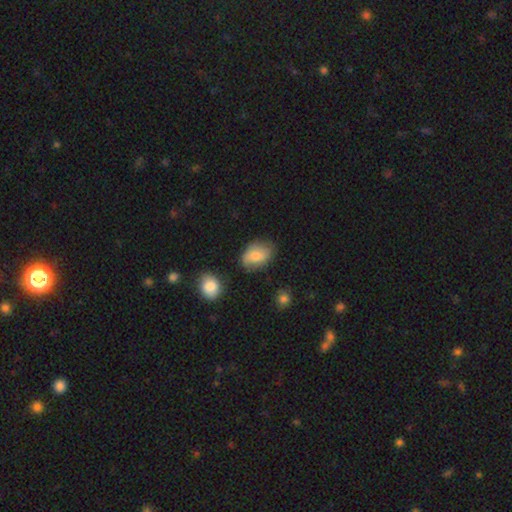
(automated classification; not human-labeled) Q: Smooth or featured?
A: smooth (73%); runner-up: featured or disk (19%)
Q: How rounded?
A: in between (80%); runner-up: round (19%)
Q: Merging?
A: none (68%); runner-up: minor disturbance (23%)